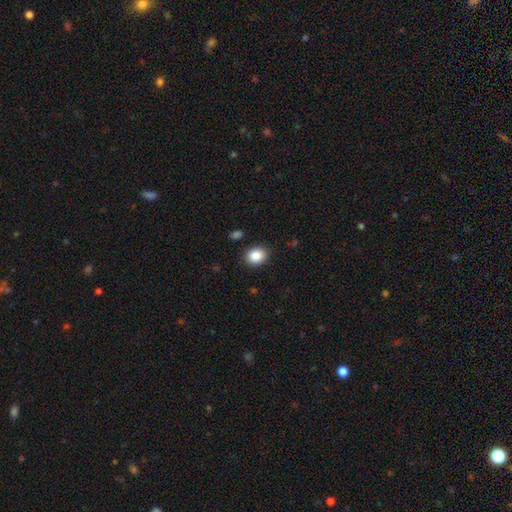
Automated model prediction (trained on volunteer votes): smooth 86%, star or artifact 9%, featured or disk 5%. Down the decision tree: how rounded — round (53%); merging — none (88%).